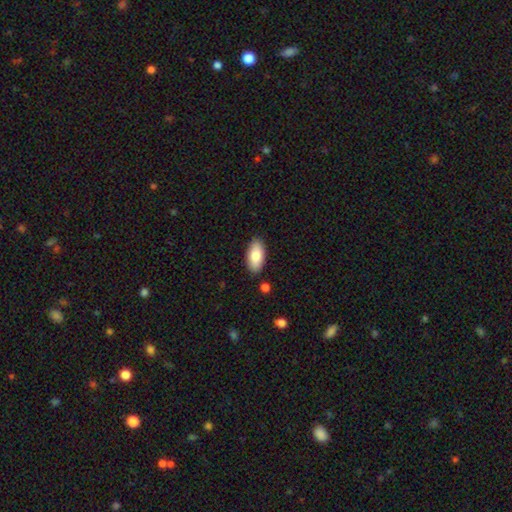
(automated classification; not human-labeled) Smooth or featured: smooth — 84% (featured or disk — 10%)
How rounded: in between — 91% (cigar-shaped — 7%)
Merging: none — 86% (minor disturbance — 10%)